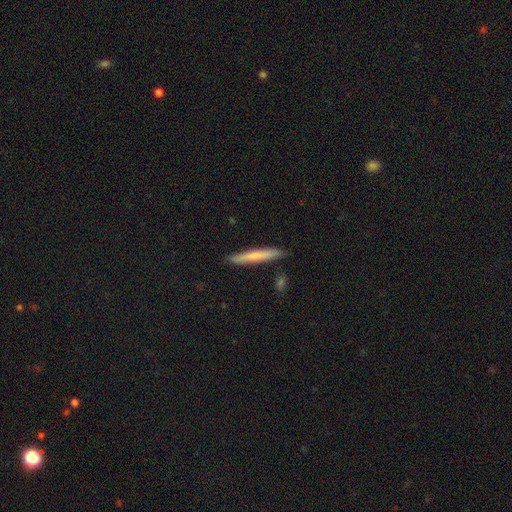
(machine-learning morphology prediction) This appears to be a smooth galaxy with no disk features (67%) that is cigar-shaped (95%). Merging: none (88%).